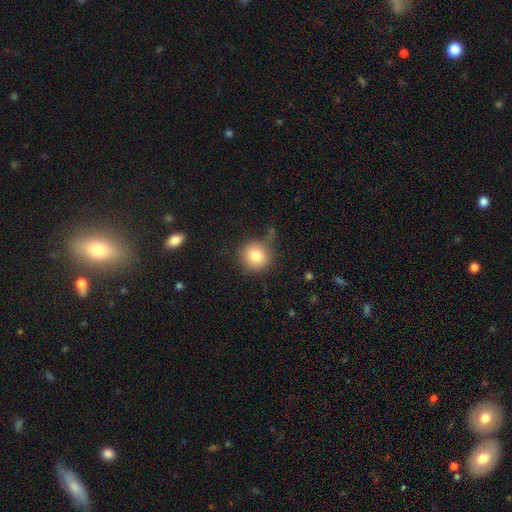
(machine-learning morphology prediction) This is clearly a smooth galaxy (82%). How rounded: clearly round (93%). Merging: likely none (74%).